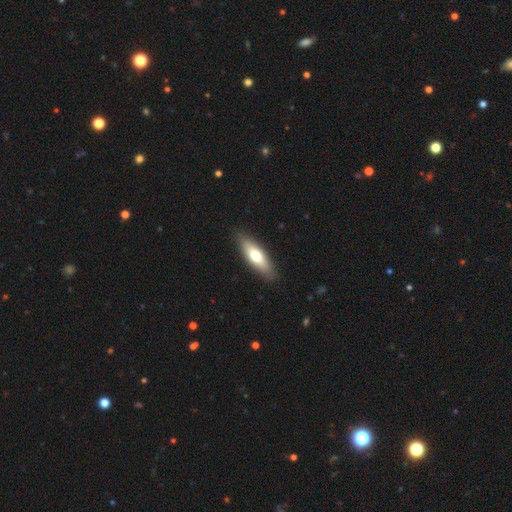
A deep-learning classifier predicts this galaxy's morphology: A smooth galaxy with no disk features (63%) that is in between round and cigar-shaped (54%). Merging: none (88%).